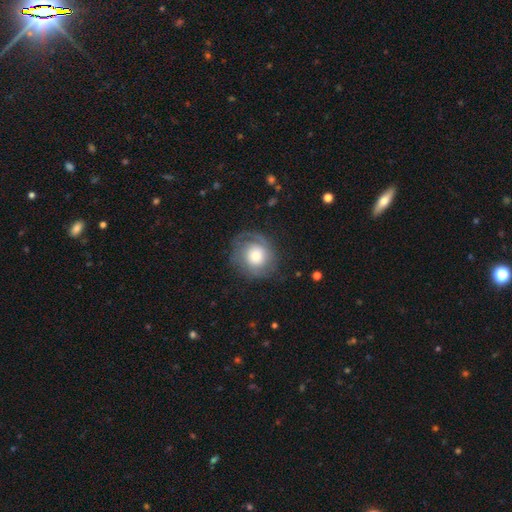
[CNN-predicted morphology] Smooth or featured? Predicted: featured or disk (p=0.46, tied with smooth). Merging? Predicted: none (p=0.70).